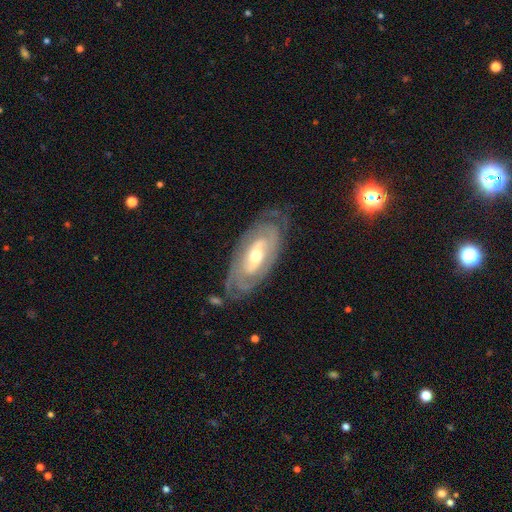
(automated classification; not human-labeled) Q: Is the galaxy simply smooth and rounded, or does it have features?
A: featured or disk — 81%.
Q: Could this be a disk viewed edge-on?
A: no — 90%.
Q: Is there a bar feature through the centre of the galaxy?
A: no — 45%.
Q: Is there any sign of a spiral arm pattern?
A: yes — 85%.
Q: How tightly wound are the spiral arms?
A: tight — 70%.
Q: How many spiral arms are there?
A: can't tell — 43%.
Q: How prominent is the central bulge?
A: moderate — 60%.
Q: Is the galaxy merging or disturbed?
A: none — 72%.